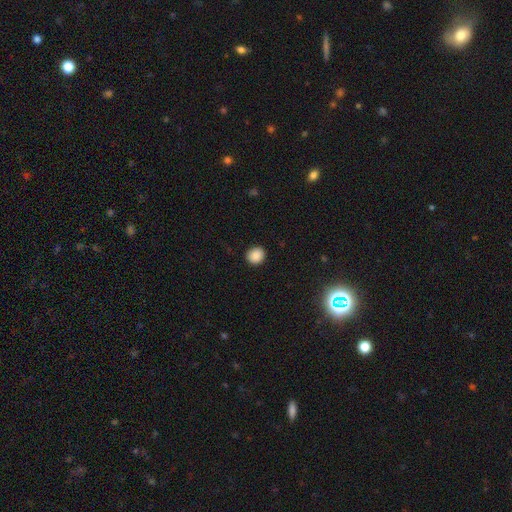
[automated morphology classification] A smooth galaxy with no disk features (88%) that is round (84%).

Vote fractions:
- Smooth or featured? smooth: 88% / star or artifact: 9% / featured or disk: 3%
- How rounded? round: 84% / in between: 15% / cigar-shaped: 1%
- Merging? none: 91% / minor disturbance: 6% / major disturbance: 2% / merger: 1%